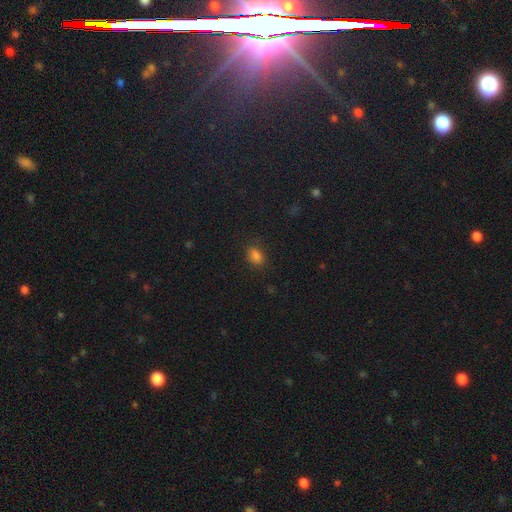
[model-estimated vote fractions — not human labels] A smooth galaxy with no disk features (81%) that is in between round and cigar-shaped (82%).

Vote fractions:
- Smooth or featured? smooth: 81% / star or artifact: 14% / featured or disk: 5%
- How rounded? in between: 82% / round: 15% / cigar-shaped: 2%
- Merging? none: 79% / minor disturbance: 15% / major disturbance: 4% / merger: 2%